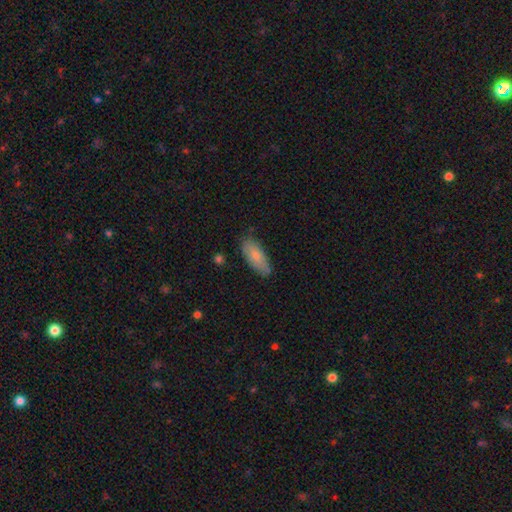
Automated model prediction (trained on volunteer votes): Smooth or featured? smooth (80%)
How rounded? in between (81%)
Merging? none (75%)